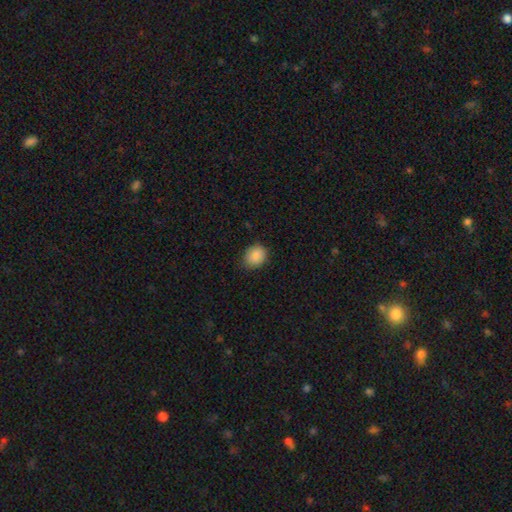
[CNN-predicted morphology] A smooth galaxy with no disk features (88%) that is round (53%).

Vote fractions:
- Smooth or featured? smooth: 88% / star or artifact: 8% / featured or disk: 4%
- How rounded? round: 53% / in between: 46% / cigar-shaped: 1%
- Merging? none: 81% / minor disturbance: 15% / major disturbance: 3% / merger: 1%